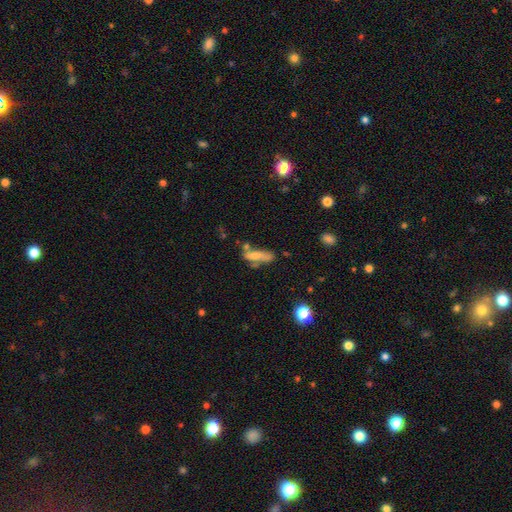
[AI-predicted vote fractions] Smooth or featured?
  - smooth: 62% *
  - featured or disk: 27%
  - star or artifact: 10%
How rounded?
  - cigar-shaped: 54% *
  - in between: 44%
  - round: 3%
Merging?
  - none: 39% *
  - minor disturbance: 24%
  - merger: 22%
  - major disturbance: 15%